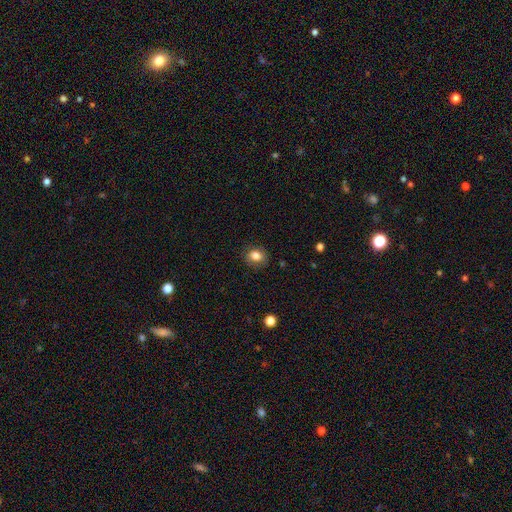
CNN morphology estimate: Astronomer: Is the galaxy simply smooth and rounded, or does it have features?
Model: smooth — 82%.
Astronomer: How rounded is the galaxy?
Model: round — 57% (runner-up: in between, 42%).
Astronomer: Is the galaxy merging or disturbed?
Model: none — 84%.